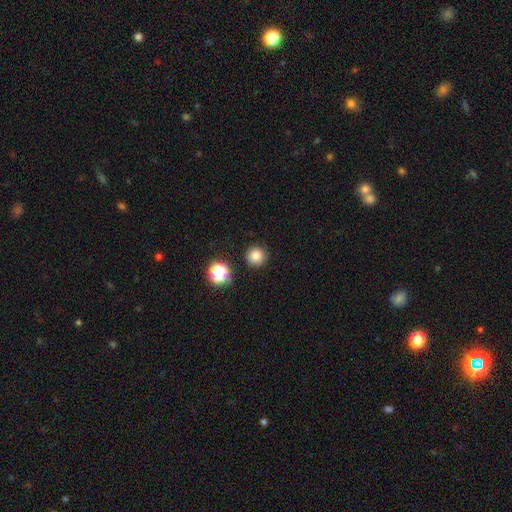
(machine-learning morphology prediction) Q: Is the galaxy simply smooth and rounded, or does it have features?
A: smooth — 80%.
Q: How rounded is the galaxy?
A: round — 96%.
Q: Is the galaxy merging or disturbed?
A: none — 90%.